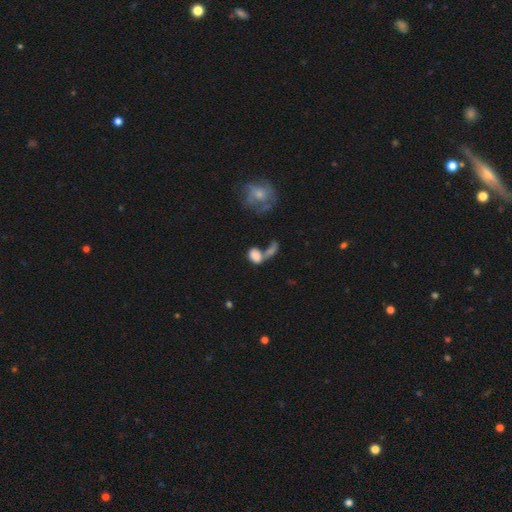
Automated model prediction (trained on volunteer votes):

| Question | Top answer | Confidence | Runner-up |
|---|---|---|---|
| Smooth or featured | smooth | 75% | featured or disk (15%) |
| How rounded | in between | 79% | round (18%) |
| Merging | merger | 56% | none (21%) |